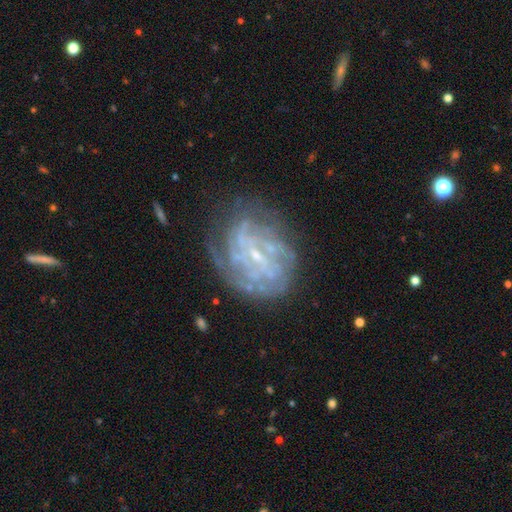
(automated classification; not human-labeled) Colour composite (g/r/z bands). It shows a featured or disk galaxy (79%) with a weak bar (47%), tight (61%) spiral arms (83%) and a small central bulge (72%). Merging: none (62%).